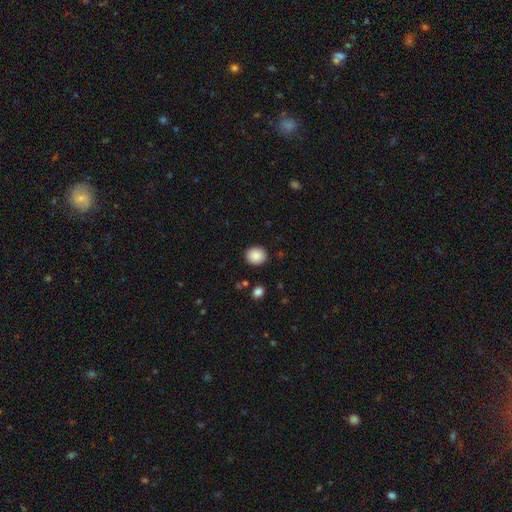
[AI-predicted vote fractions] Smooth or featured?
  - smooth: 88% *
  - star or artifact: 8%
  - featured or disk: 3%
How rounded?
  - round: 69% *
  - in between: 30%
  - cigar-shaped: 1%
Merging?
  - none: 89% *
  - minor disturbance: 7%
  - major disturbance: 2%
  - merger: 1%